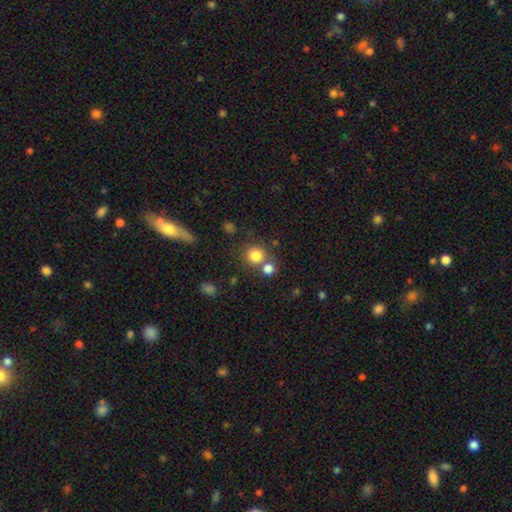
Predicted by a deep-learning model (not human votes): Q: Smooth or featured?
A: smooth (81%); runner-up: star or artifact (13%)
Q: How rounded?
A: round (89%); runner-up: in between (10%)
Q: Merging?
A: none (64%); runner-up: merger (24%)